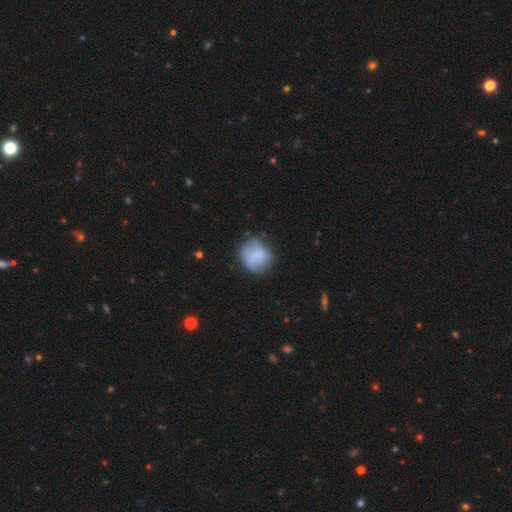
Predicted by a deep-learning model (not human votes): smooth 75%, featured or disk 17%, star or artifact 8%. Down the decision tree: how rounded — round (79%); merging — none (64%).